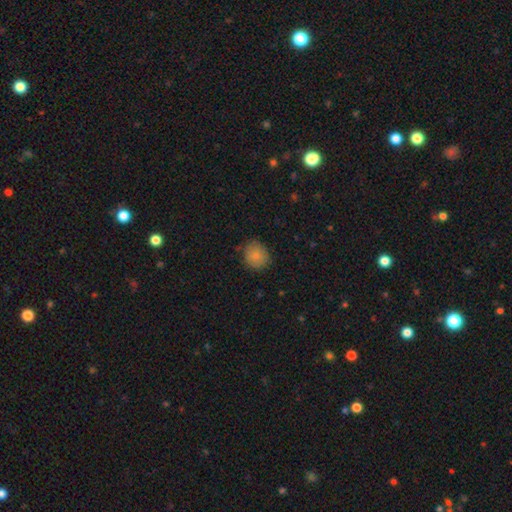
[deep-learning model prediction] Morphology: type=smooth (83%); roundness=round (79%); merging=none (79%).